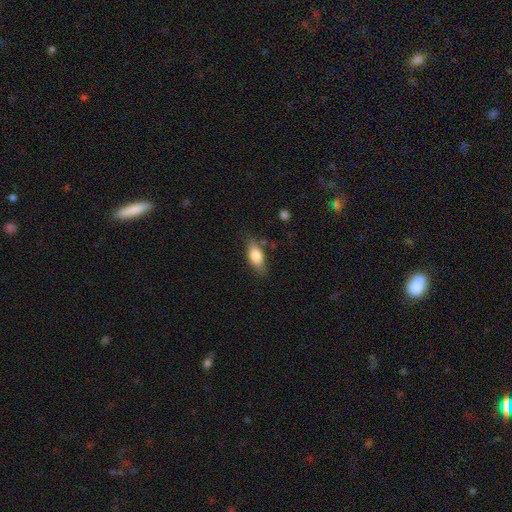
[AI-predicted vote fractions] smooth 79%, featured or disk 14%, star or artifact 7%. Down the decision tree: how rounded — in between (83%); merging — none (76%).